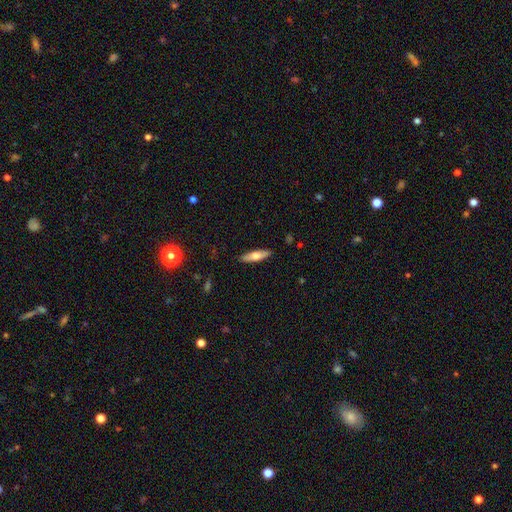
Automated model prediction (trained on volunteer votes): Smooth or featured?
  - smooth: 62% *
  - featured or disk: 32%
  - star or artifact: 6%
How rounded?
  - cigar-shaped: 65% *
  - in between: 33%
  - round: 2%
Merging?
  - none: 88% *
  - minor disturbance: 9%
  - major disturbance: 2%
  - merger: 1%